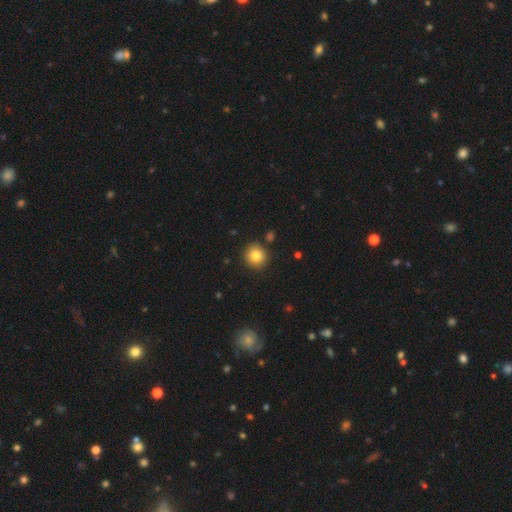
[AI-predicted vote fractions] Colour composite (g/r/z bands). It shows a smooth galaxy with no disk features (82%) that is round (93%). Merging: none (88%).